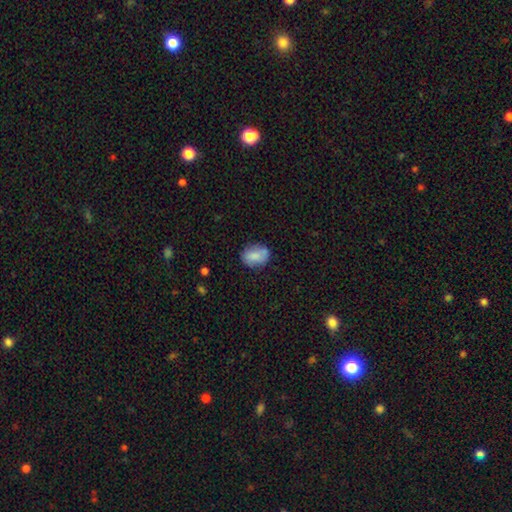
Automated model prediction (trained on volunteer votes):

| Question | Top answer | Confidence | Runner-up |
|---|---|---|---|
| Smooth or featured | smooth | 79% | featured or disk (13%) |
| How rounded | in between | 73% | round (25%) |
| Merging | none | 67% | minor disturbance (22%) |